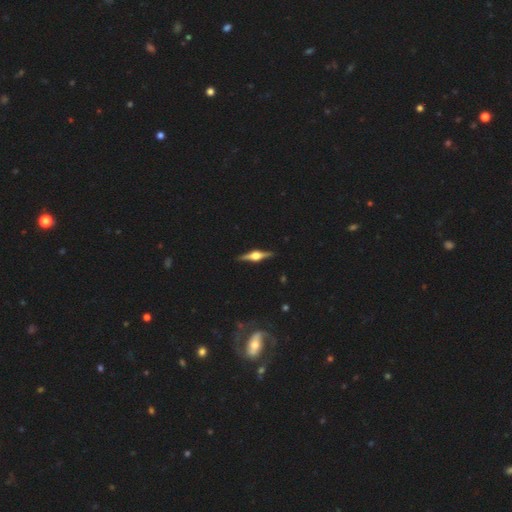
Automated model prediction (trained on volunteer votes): Smooth or featured? featured or disk (85%)
Edge-on disk? yes (98%)
Edge-on bulge? rounded (94%)
Merging? none (92%)